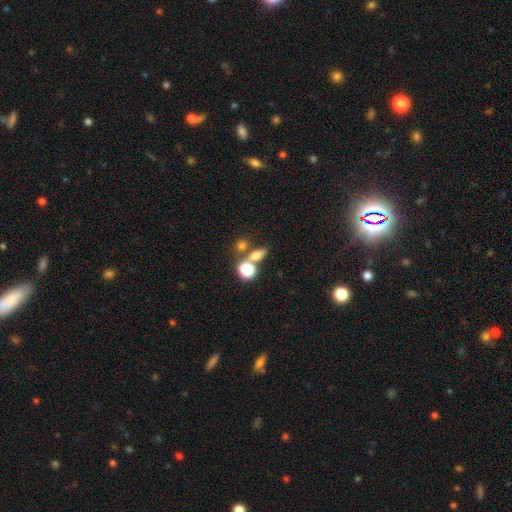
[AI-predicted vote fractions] A smooth galaxy with no disk features (67%) that is in between round and cigar-shaped (55%).

Vote fractions:
- Smooth or featured? smooth: 67% / star or artifact: 19% / featured or disk: 15%
- How rounded? in between: 55% / round: 37% / cigar-shaped: 8%
- Merging? none: 54% / merger: 32% / minor disturbance: 10% / major disturbance: 5%